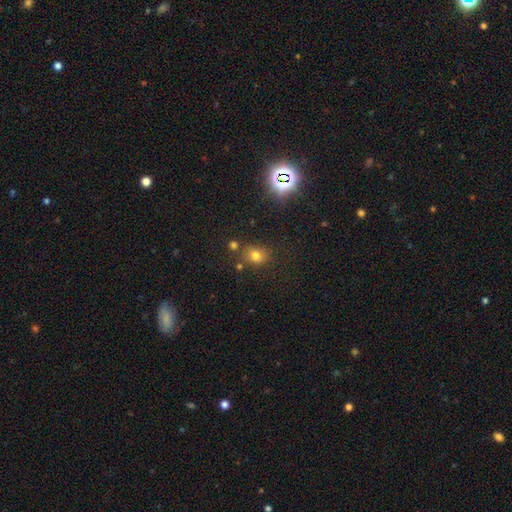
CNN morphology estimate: smooth-or-featured: smooth: 73% | star or artifact: 18% | featured or disk: 9%
  how-rounded: round: 61% | in between: 38% | cigar-shaped: 1%
  merging: none: 72% | minor disturbance: 13% | merger: 10% | major disturbance: 5%